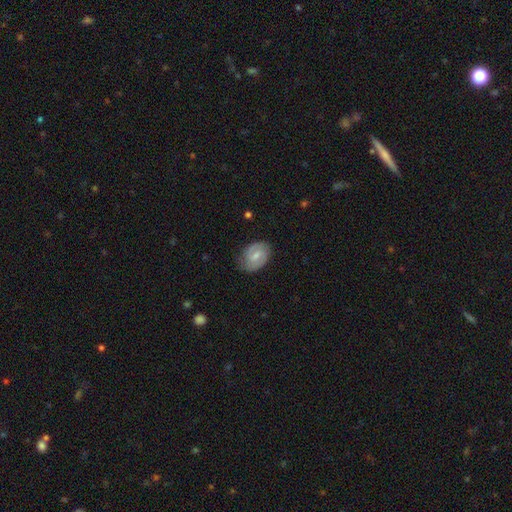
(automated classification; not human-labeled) Morphology: type=featured or disk (57%); edge-on=no (97%); bar=weak (58%); spiral arms=yes (83%); bulge=small (46%); merging=none (73%).